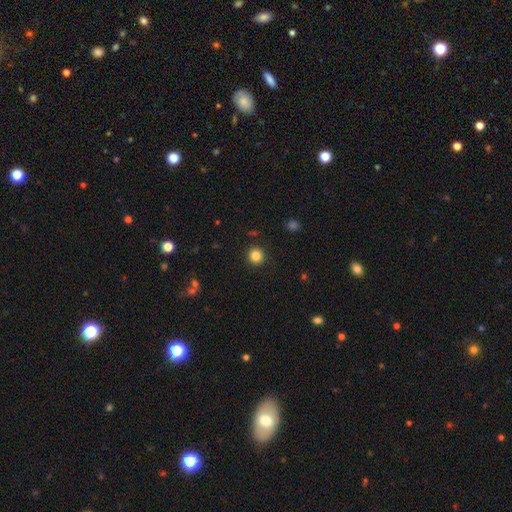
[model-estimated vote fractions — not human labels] Smooth or featured? Predicted: smooth (p=0.84). How rounded? Predicted: round (p=0.95). Merging? Predicted: none (p=0.92).